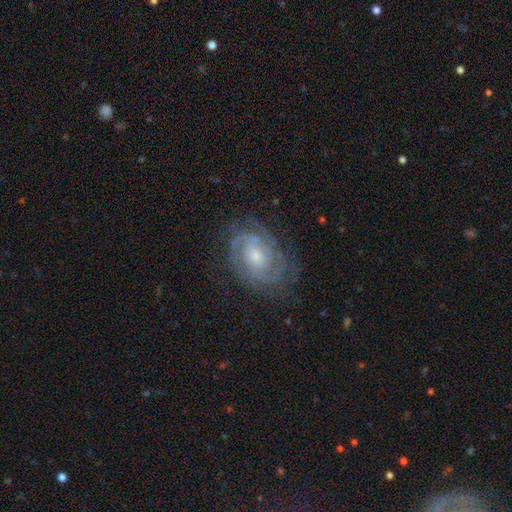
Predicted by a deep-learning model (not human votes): Smooth or featured? Predicted: featured or disk (p=0.88). Edge-on disk? Predicted: no (p=0.97). Bar? Predicted: no (p=0.63). Spiral arms? Predicted: yes (p=0.98). Spiral winding? Predicted: tight (p=0.71). Spiral arm count? Predicted: 2 (p=0.37). Bulge size? Predicted: small (p=0.57). Merging? Predicted: none (p=0.77).